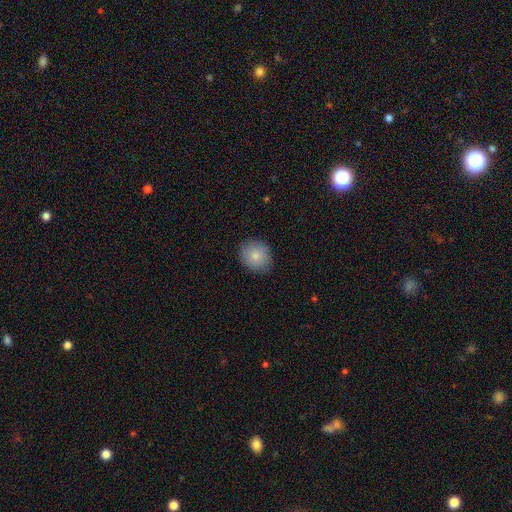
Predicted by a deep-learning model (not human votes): Q: Smooth or featured?
A: smooth (82%); runner-up: featured or disk (10%)
Q: How rounded?
A: round (79%); runner-up: in between (20%)
Q: Merging?
A: none (83%); runner-up: minor disturbance (13%)